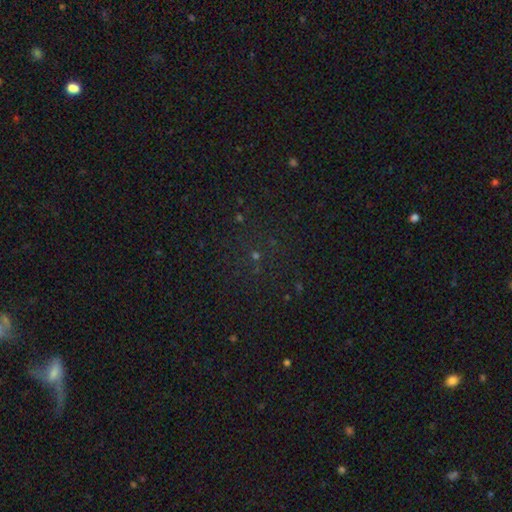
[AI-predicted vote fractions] Smooth or featured? star or artifact (64%)